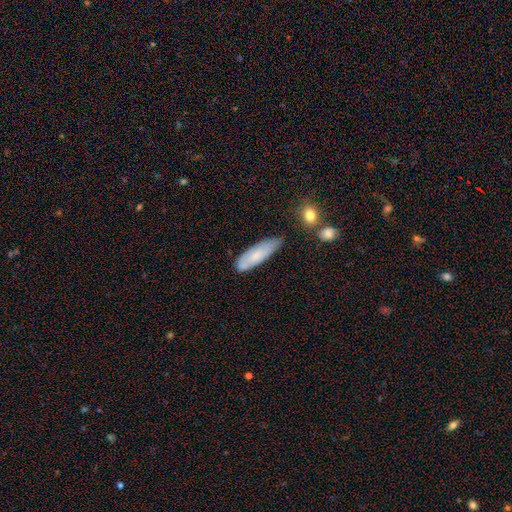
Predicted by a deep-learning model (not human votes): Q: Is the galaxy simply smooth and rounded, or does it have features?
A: smooth — 71%.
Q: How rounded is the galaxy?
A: cigar-shaped — 50%.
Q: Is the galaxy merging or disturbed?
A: none — 62%.